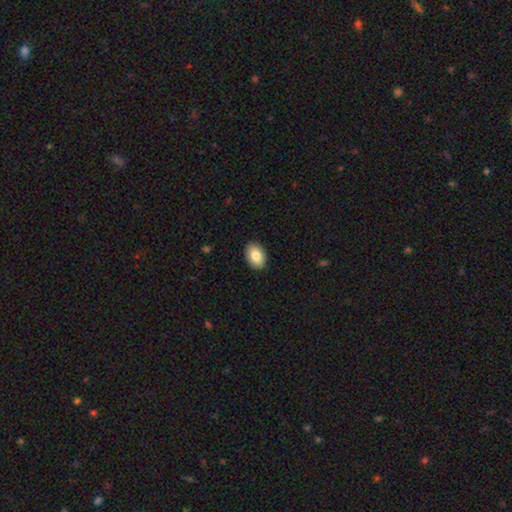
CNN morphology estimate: A smooth galaxy with no disk features (84%) that is in between round and cigar-shaped (84%).

Vote fractions:
- Smooth or featured? smooth: 84% / featured or disk: 9% / star or artifact: 7%
- How rounded? in between: 84% / round: 15% / cigar-shaped: 1%
- Merging? none: 90% / minor disturbance: 7% / major disturbance: 2% / merger: 1%